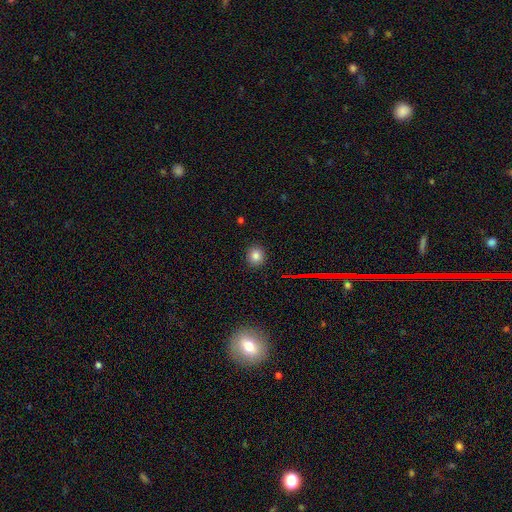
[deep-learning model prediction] smooth-or-featured: smooth: 80% | star or artifact: 14% | featured or disk: 7%
  how-rounded: round: 83% | in between: 16% | cigar-shaped: 1%
  merging: none: 90% | minor disturbance: 7% | major disturbance: 2% | merger: 1%